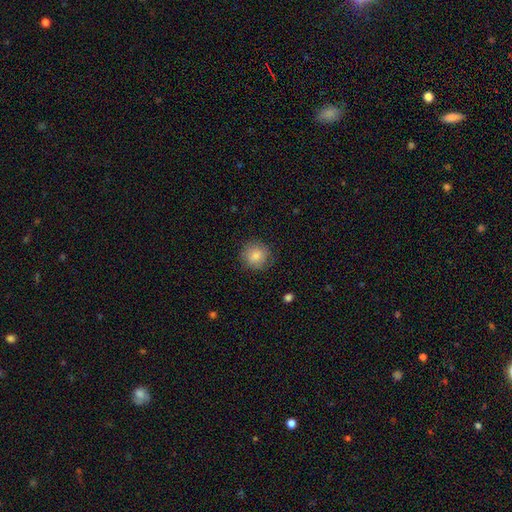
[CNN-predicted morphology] Q: Smooth or featured?
A: smooth (85%); runner-up: star or artifact (8%)
Q: How rounded?
A: round (90%); runner-up: in between (9%)
Q: Merging?
A: none (83%); runner-up: minor disturbance (12%)